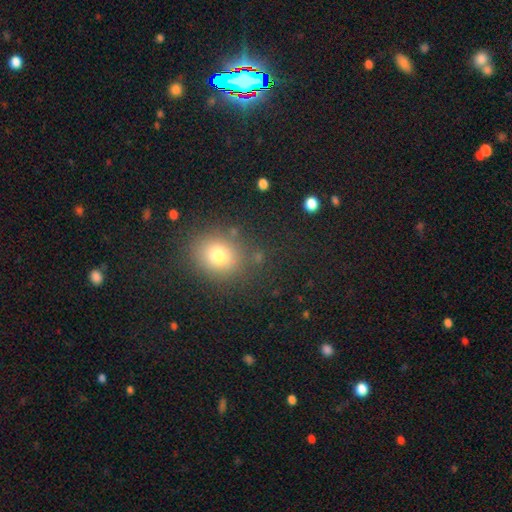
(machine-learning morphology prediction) Smooth or featured: smooth — 60% (star or artifact — 31%)
How rounded: round — 71% (in between — 27%)
Merging: none — 85% (minor disturbance — 9%)